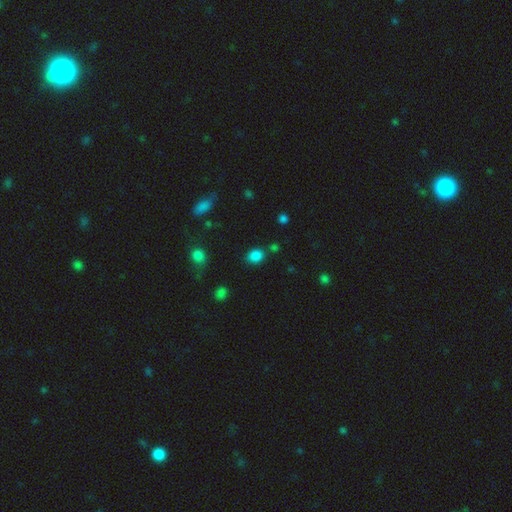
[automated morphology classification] This is clearly a smooth galaxy (83%). How rounded: possibly round (50%). Merging: likely none (78%).